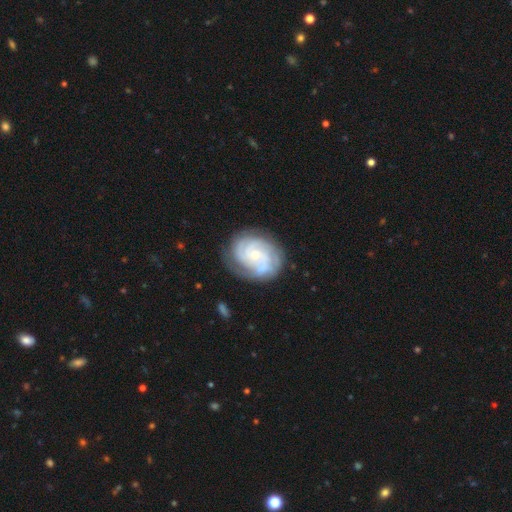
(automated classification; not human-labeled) This appears to be a featured or disk galaxy (84%) with no bar (69%), 3 (30%) tight (64%) spiral arms (97%) and a small central bulge (71%). Merging: none (76%).